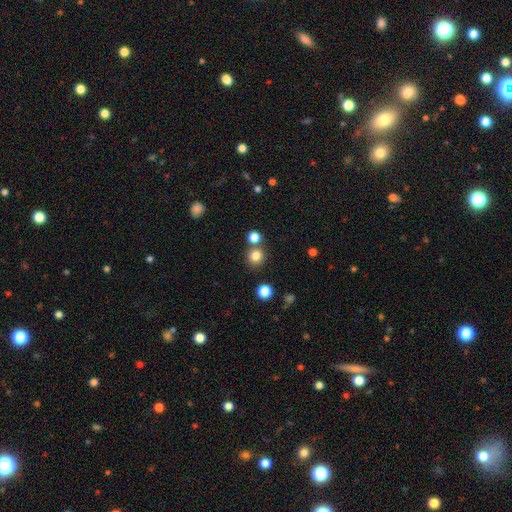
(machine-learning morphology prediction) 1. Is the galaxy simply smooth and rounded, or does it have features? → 81% smooth, 13% star or artifact, 6% featured or disk.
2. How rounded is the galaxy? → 89% round, 10% in between, 1% cigar-shaped.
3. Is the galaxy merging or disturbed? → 74% none, 15% merger, 8% minor disturbance, 3% major disturbance.